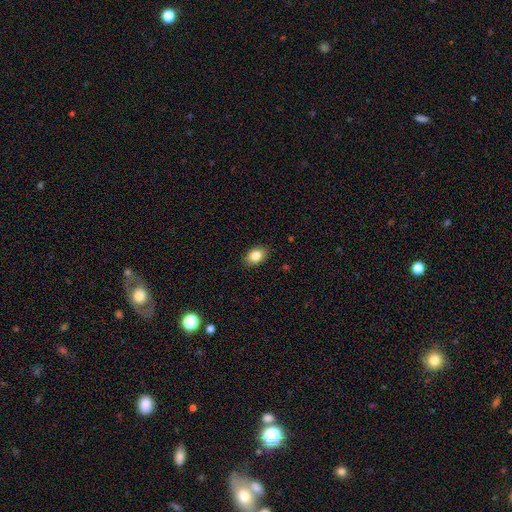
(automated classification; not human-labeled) A smooth galaxy with no disk features (85%) that is in between round and cigar-shaped (80%).

Vote fractions:
- Smooth or featured? smooth: 85% / star or artifact: 8% / featured or disk: 7%
- How rounded? in between: 80% / round: 19% / cigar-shaped: 1%
- Merging? none: 89% / minor disturbance: 9% / major disturbance: 2% / merger: 1%